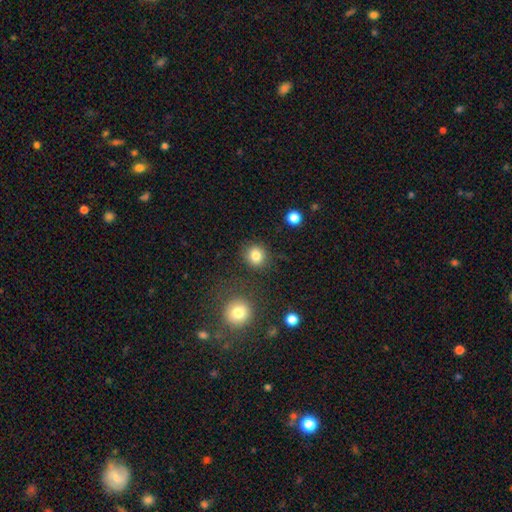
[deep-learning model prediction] Smooth or featured? smooth (83%)
How rounded? round (86%)
Merging? none (84%)